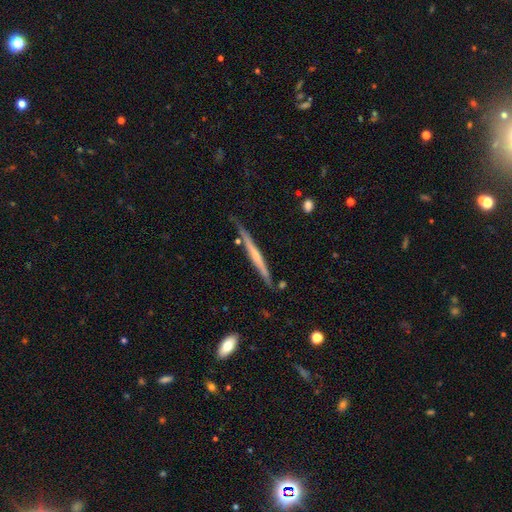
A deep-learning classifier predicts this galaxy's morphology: This appears to be a featured or disk galaxy (62%) viewed edge-on (97%) with no central bulge (61%). Merging: none (78%).